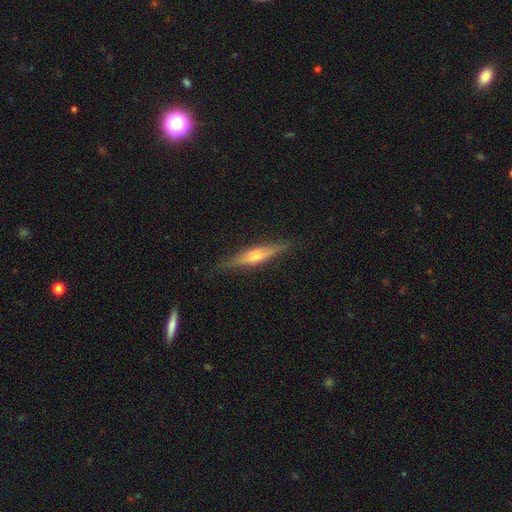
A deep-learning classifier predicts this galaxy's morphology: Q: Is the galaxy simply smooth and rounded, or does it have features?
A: featured or disk — 69%.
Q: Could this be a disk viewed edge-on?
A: yes — 97%.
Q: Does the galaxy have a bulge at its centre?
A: rounded — 77%.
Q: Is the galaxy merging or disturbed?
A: none — 88%.